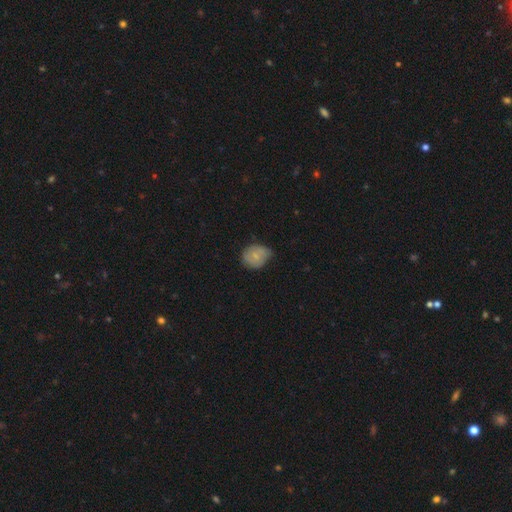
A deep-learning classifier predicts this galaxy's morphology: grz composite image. It shows a smooth galaxy with no disk features (68%) that is round (59%). Merging: none (51%).